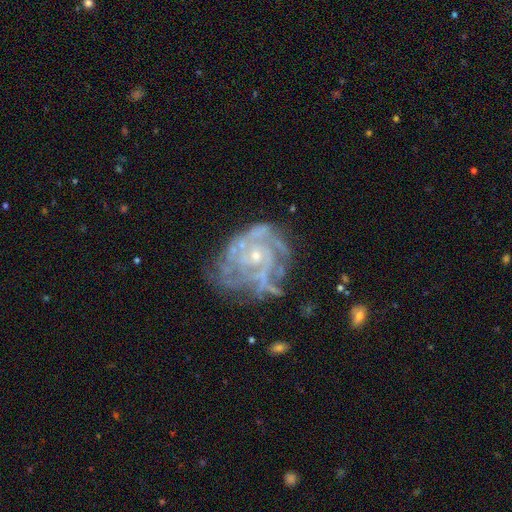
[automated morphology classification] Overall: featured or disk (87%). Edge-on disk: no (98%). Bar: no (78%). Spiral arms: yes (92%). Spiral arm count: can't tell (35%; 3 19%). Spiral winding: tight (66%; medium 28%). Bulge size: small (76%). Merging: none (58%; minor disturbance 24%).